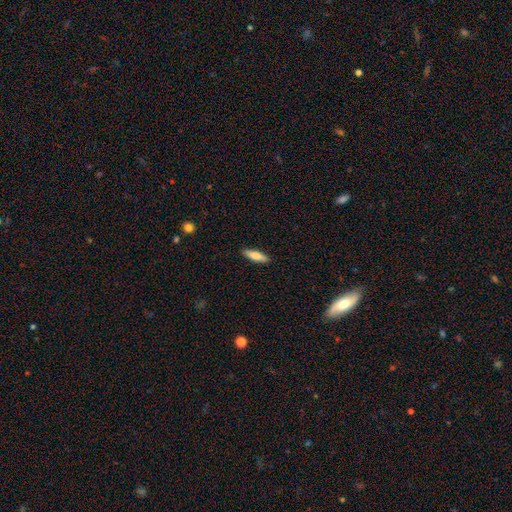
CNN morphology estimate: A smooth galaxy with no disk features (78%) that is cigar-shaped (64%).

Vote fractions:
- Smooth or featured? smooth: 78% / featured or disk: 16% / star or artifact: 6%
- How rounded? cigar-shaped: 64% / in between: 34% / round: 2%
- Merging? none: 88% / minor disturbance: 9% / major disturbance: 2% / merger: 1%